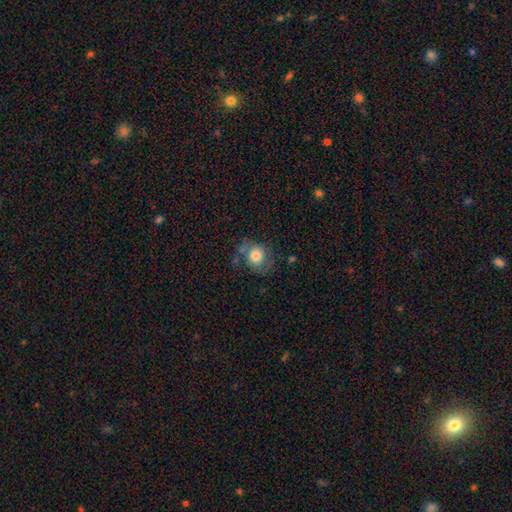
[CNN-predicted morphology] Smooth or featured? Predicted: smooth (p=0.74). How rounded? Predicted: round (p=0.77). Merging? Predicted: none (p=0.56).